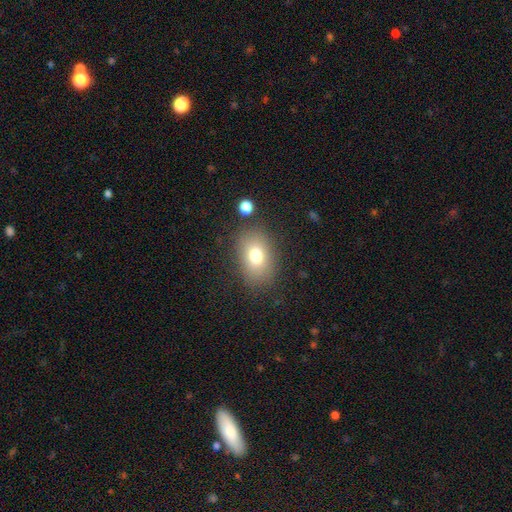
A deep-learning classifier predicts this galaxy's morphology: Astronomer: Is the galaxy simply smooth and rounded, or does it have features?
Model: smooth — 76%.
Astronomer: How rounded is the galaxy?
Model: in between — 78%.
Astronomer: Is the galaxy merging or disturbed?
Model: none — 81%.